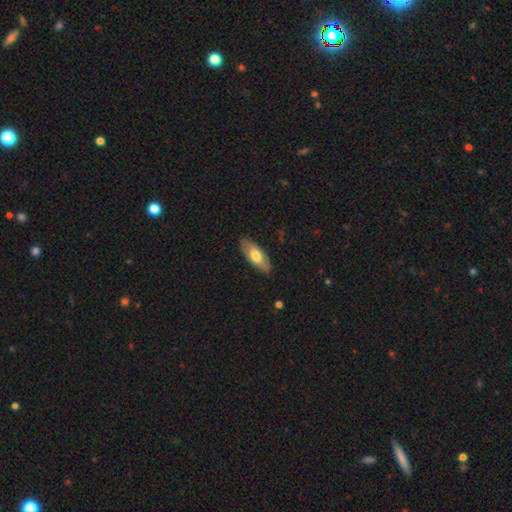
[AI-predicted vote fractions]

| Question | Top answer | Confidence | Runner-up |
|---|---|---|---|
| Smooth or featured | smooth | 65% | featured or disk (30%) |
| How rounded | in between | 79% | cigar-shaped (19%) |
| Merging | none | 86% | minor disturbance (11%) |